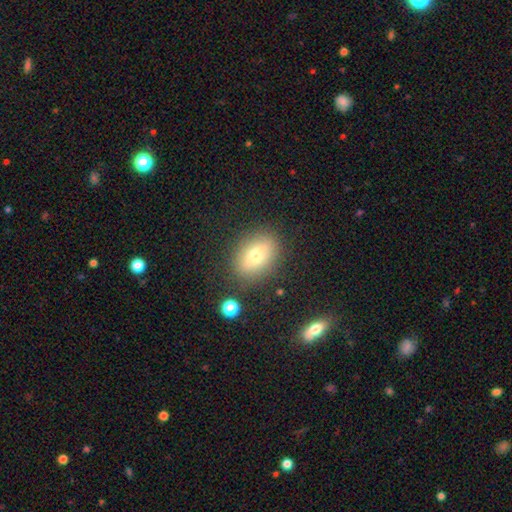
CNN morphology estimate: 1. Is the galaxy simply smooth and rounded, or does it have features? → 69% smooth, 21% featured or disk, 11% star or artifact.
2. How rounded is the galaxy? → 74% in between, 23% round, 4% cigar-shaped.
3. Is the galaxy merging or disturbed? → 83% none, 11% minor disturbance, 4% major disturbance, 2% merger.